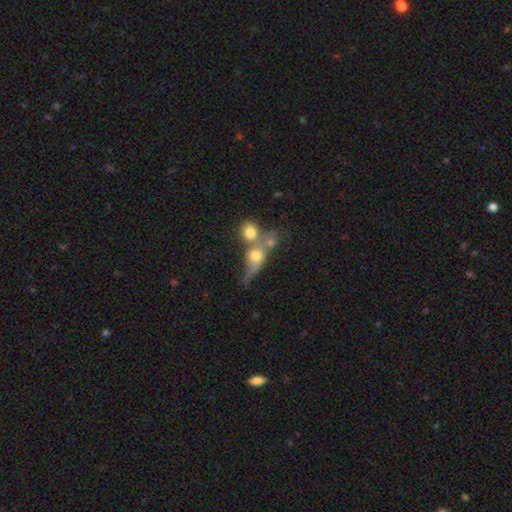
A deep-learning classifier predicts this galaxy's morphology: smooth 58%, featured or disk 31%, star or artifact 11%. Down the decision tree: how rounded — round (48%); merging — merger (62%).